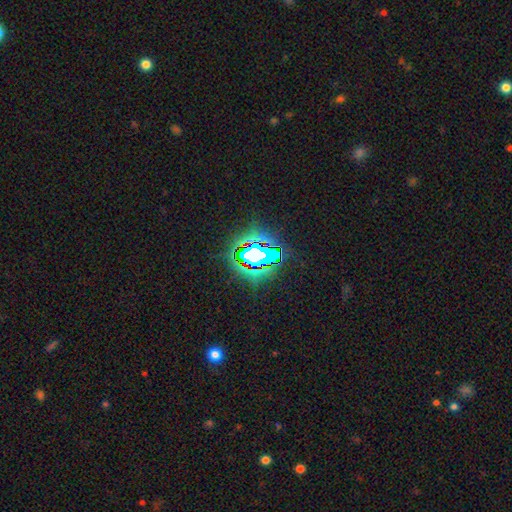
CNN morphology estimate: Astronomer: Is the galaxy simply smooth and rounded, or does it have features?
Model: star or artifact — 66%.